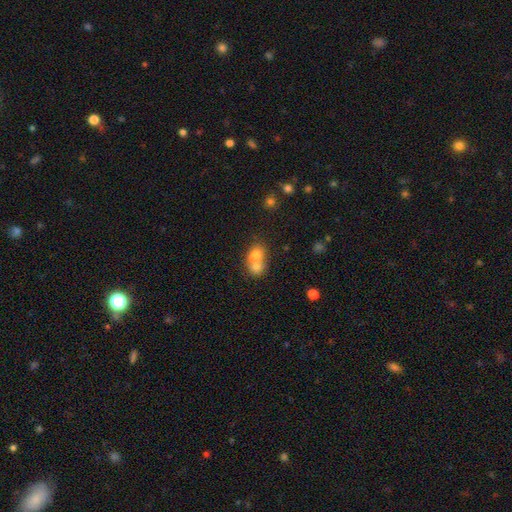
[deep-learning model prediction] This appears to be a smooth galaxy with no disk features (69%) that is round (55%). Merging: merger (71%).